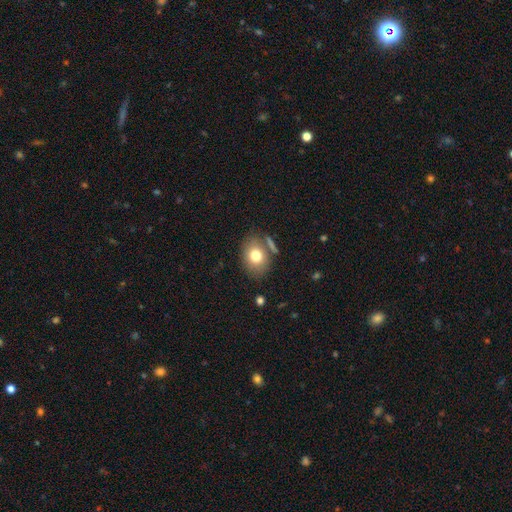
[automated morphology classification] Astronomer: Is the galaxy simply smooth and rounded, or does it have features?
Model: smooth — 75%.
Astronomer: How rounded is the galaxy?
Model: in between — 60% (runner-up: round, 39%).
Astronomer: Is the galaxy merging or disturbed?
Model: none — 72%.